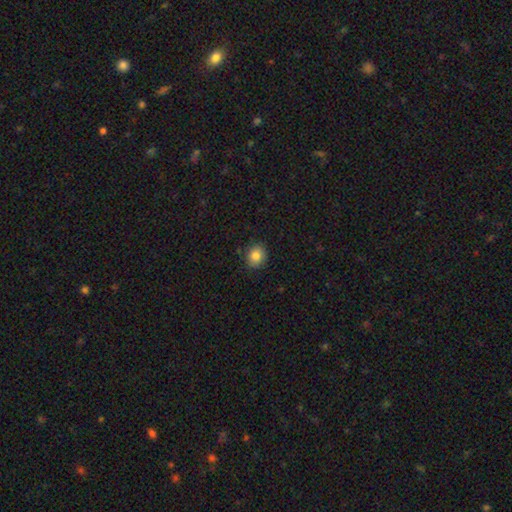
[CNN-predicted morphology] smooth-or-featured: smooth: 85% | star or artifact: 9% | featured or disk: 6%
  how-rounded: round: 70% | in between: 29% | cigar-shaped: 1%
  merging: none: 87% | minor disturbance: 9% | major disturbance: 2% | merger: 1%